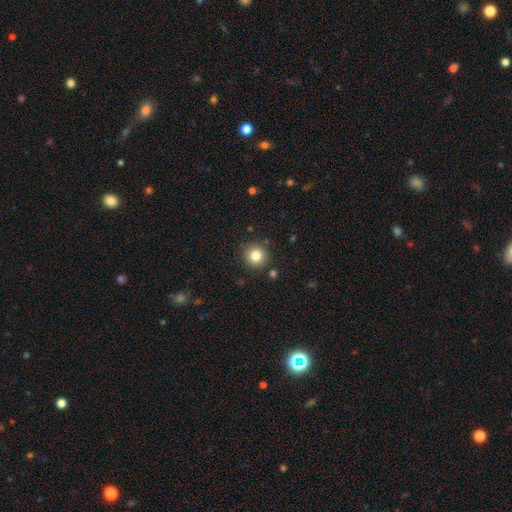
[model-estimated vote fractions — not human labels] Smooth or featured? Predicted: smooth (p=0.81). How rounded? Predicted: round (p=0.95). Merging? Predicted: none (p=0.89).